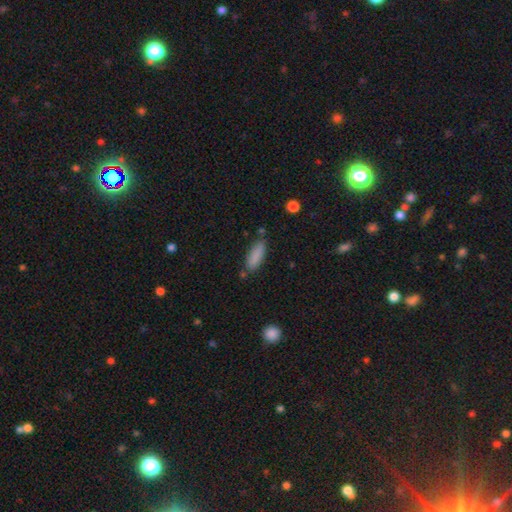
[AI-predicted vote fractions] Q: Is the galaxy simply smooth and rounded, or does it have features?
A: smooth — 87%.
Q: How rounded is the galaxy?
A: in between — 56%.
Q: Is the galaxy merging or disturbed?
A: none — 76%.